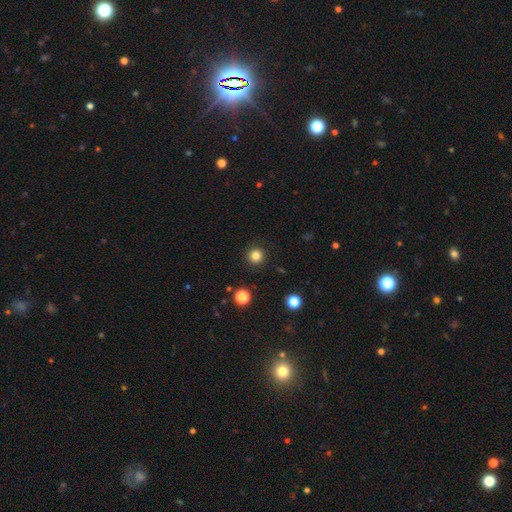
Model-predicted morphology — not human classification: This is clearly a smooth galaxy (82%). How rounded: clearly round (95%). Merging: clearly none (92%).